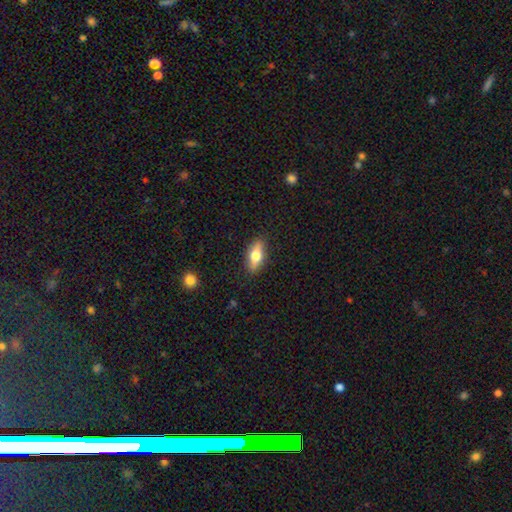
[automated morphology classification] Smooth or featured?
  - smooth: 59% *
  - featured or disk: 34%
  - star or artifact: 7%
How rounded?
  - in between: 71% *
  - cigar-shaped: 24%
  - round: 5%
Merging?
  - none: 87% *
  - minor disturbance: 10%
  - major disturbance: 2%
  - merger: 1%